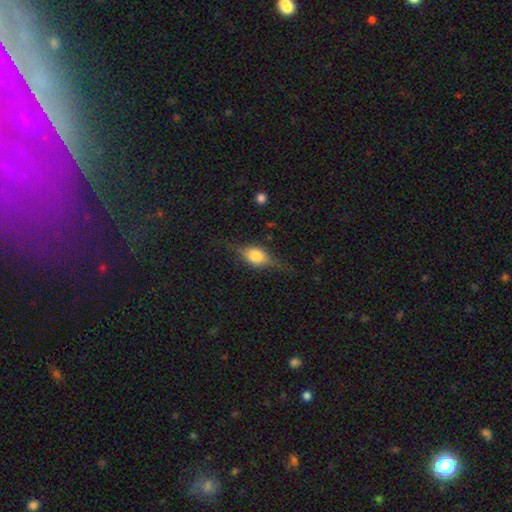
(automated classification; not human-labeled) Overall: featured or disk (46%; smooth 45%). Merging: none (70%).